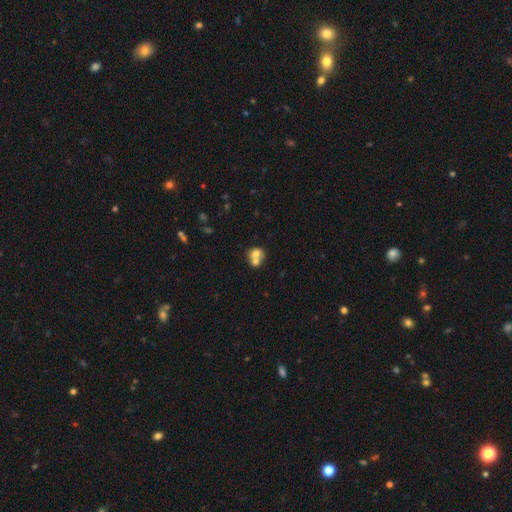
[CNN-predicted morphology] Smooth or featured: smooth — 69% (featured or disk — 21%)
How rounded: round — 70% (in between — 29%)
Merging: merger — 63% (none — 27%)